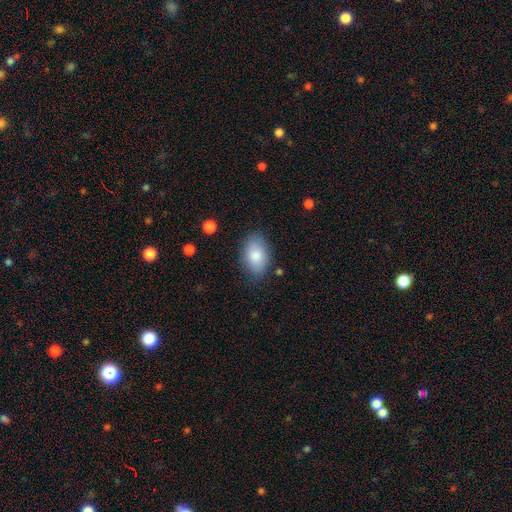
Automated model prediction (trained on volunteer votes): A smooth galaxy with no disk features (83%) that is in between round and cigar-shaped (90%). Merging: none (81%).